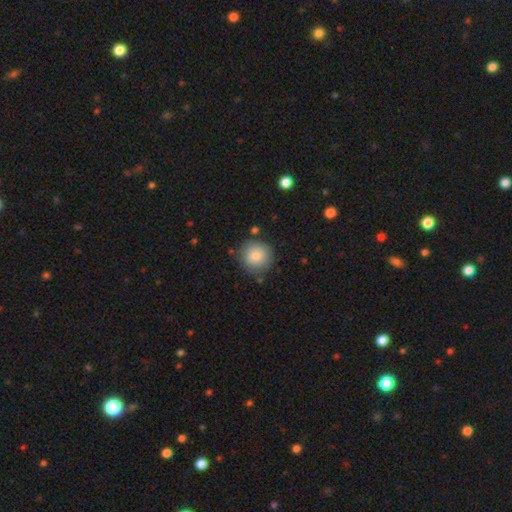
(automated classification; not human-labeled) This appears to be a smooth galaxy with no disk features (83%) that is round (93%). Merging: none (82%).